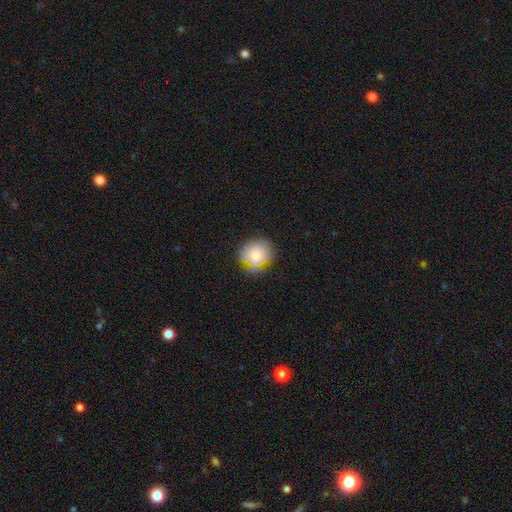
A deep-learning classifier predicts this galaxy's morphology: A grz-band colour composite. It shows a smooth galaxy with no disk features (78%) that is round (76%). Merging: none (70%).